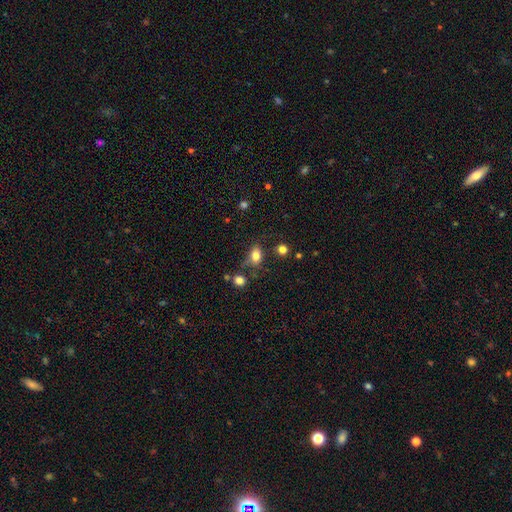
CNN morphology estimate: type=smooth (79%); roundness=in between (72%); merging=none (63%).